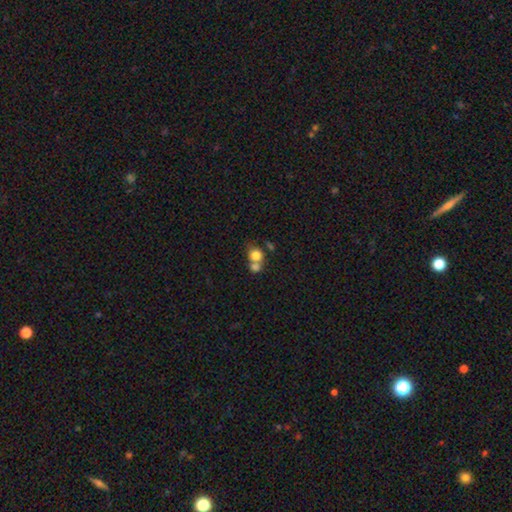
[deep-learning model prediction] This is likely a smooth galaxy (79%). How rounded: likely round (76%). Merging: possibly merger (56%).